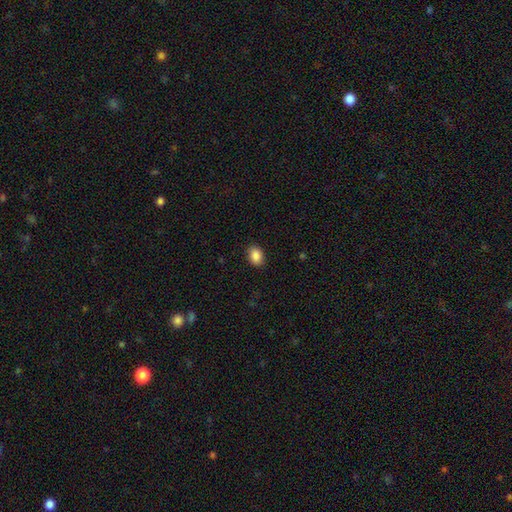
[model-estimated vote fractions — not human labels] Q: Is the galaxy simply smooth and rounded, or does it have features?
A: smooth — 89%.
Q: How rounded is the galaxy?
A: in between — 76%.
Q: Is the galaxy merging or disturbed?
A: none — 88%.